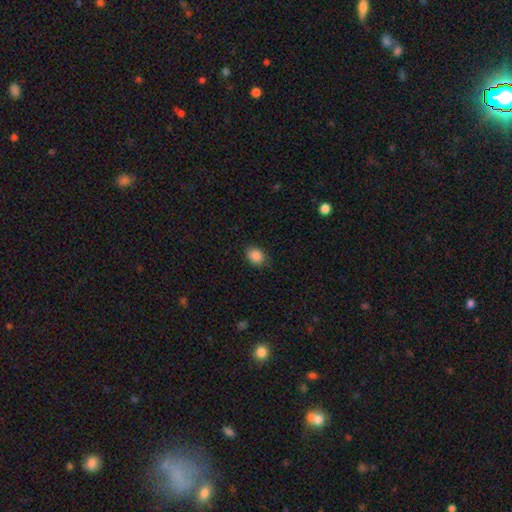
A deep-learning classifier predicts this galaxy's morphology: A smooth galaxy with no disk features (87%) that is in between round and cigar-shaped (54%). Merging: none (81%).